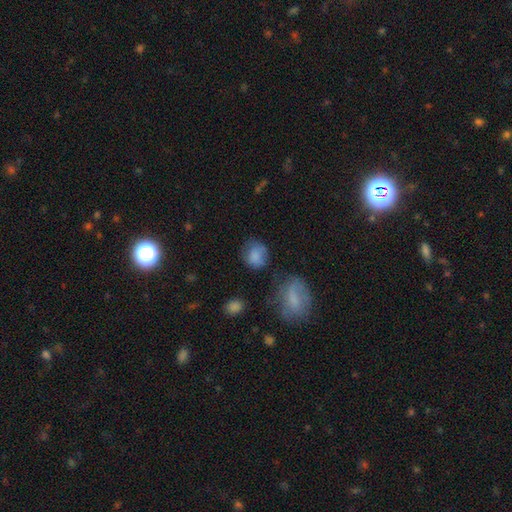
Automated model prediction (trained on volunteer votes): Morphology: type=smooth (80%); roundness=round (71%); merging=none (59%).